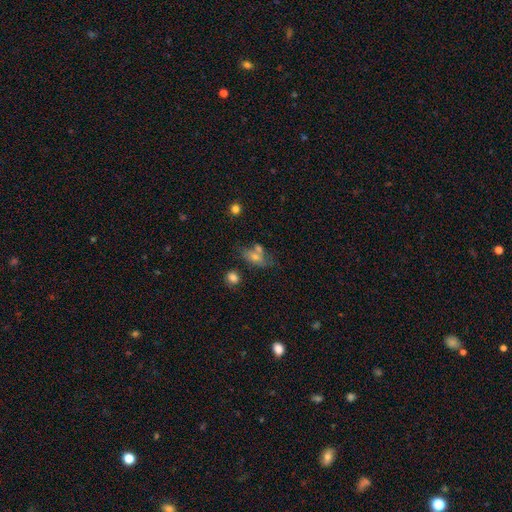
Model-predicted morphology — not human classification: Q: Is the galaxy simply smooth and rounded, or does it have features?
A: smooth — 64%.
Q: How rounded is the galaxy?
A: in between — 80%.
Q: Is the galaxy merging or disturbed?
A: none — 38%.